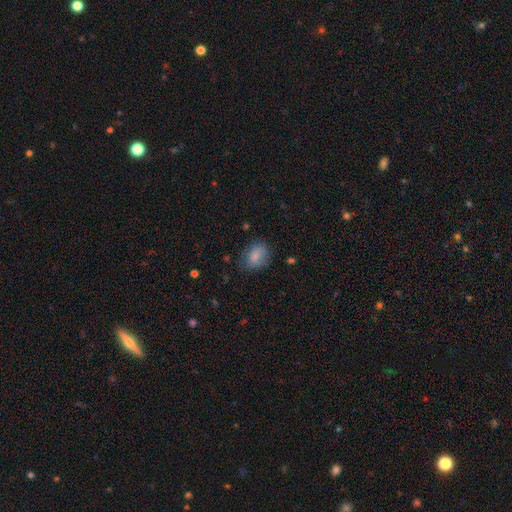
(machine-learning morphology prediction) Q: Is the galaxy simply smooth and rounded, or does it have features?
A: smooth — 82%.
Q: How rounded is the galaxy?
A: in between — 63%.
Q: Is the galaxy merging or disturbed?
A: none — 72%.